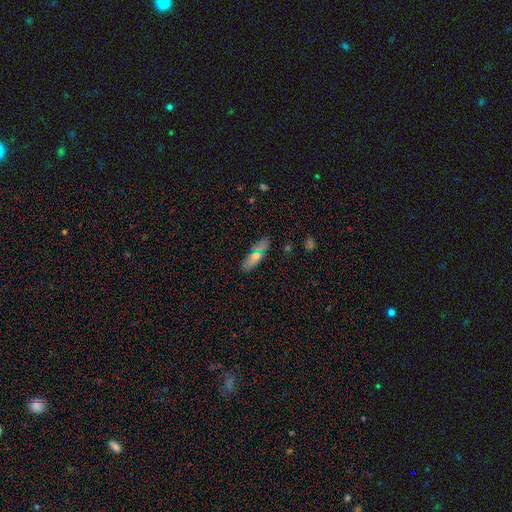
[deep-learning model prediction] A smooth galaxy with no disk features (68%) that is in between round and cigar-shaped (50%).

Vote fractions:
- Smooth or featured? smooth: 68% / featured or disk: 20% / star or artifact: 11%
- How rounded? in between: 50% / cigar-shaped: 46% / round: 3%
- Merging? none: 87% / minor disturbance: 9% / major disturbance: 2% / merger: 2%